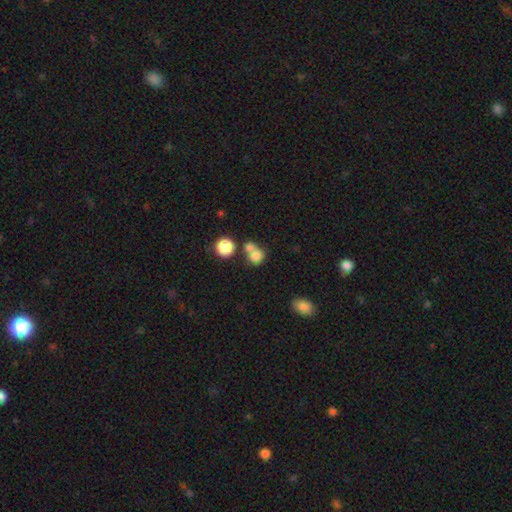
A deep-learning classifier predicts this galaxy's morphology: Overall: smooth (77%). How rounded: round (77%). Merging: merger (50%; none 38%).